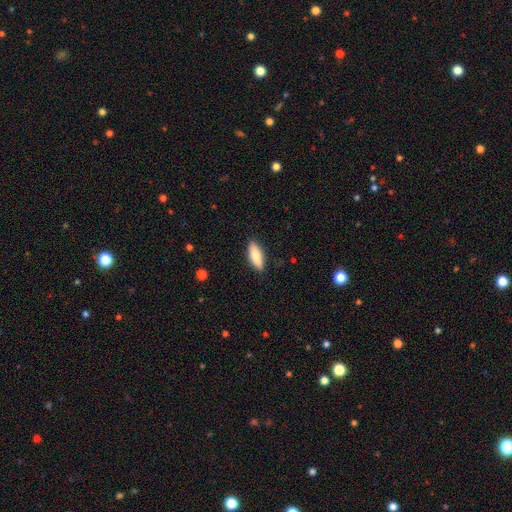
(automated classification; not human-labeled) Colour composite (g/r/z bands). It shows a smooth galaxy with no disk features (83%) that is in between round and cigar-shaped (63%). Merging: none (87%).